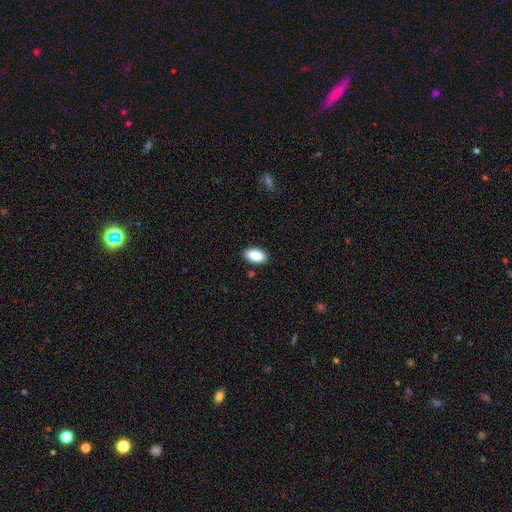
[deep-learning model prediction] Smooth or featured?
  - smooth: 87% *
  - star or artifact: 7%
  - featured or disk: 6%
How rounded?
  - in between: 93% *
  - round: 4%
  - cigar-shaped: 3%
Merging?
  - none: 87% *
  - minor disturbance: 10%
  - major disturbance: 2%
  - merger: 1%